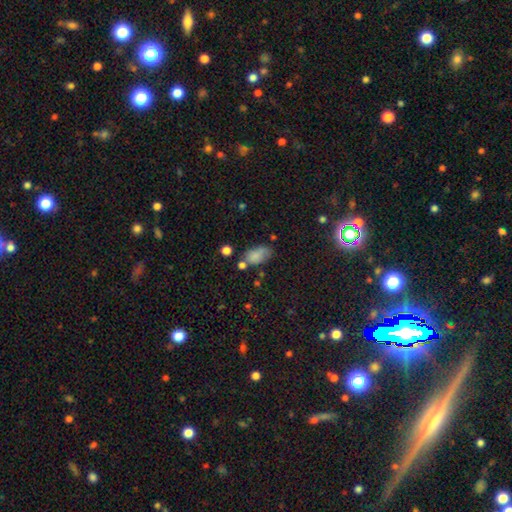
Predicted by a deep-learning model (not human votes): This appears to be a smooth galaxy with no disk features (80%) that is in between round and cigar-shaped (90%). Merging: none (52%).